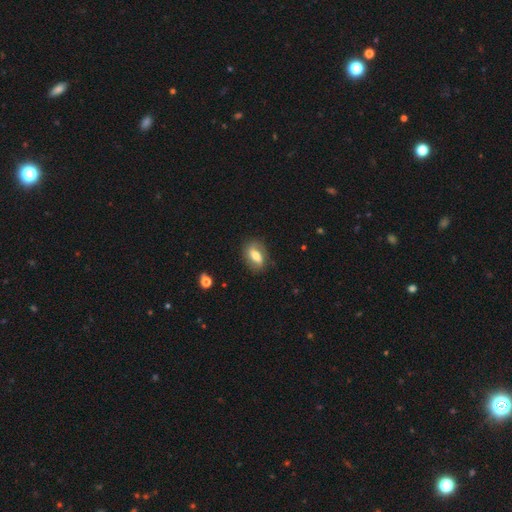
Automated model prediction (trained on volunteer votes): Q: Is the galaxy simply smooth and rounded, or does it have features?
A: smooth — 55%.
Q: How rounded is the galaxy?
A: in between — 78%.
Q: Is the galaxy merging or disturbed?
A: none — 79%.